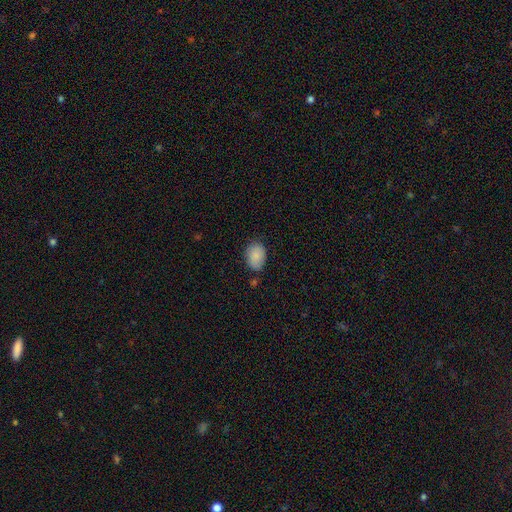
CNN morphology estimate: Q: Smooth or featured?
A: smooth (87%); runner-up: star or artifact (7%)
Q: How rounded?
A: in between (80%); runner-up: round (19%)
Q: Merging?
A: none (72%); runner-up: minor disturbance (21%)